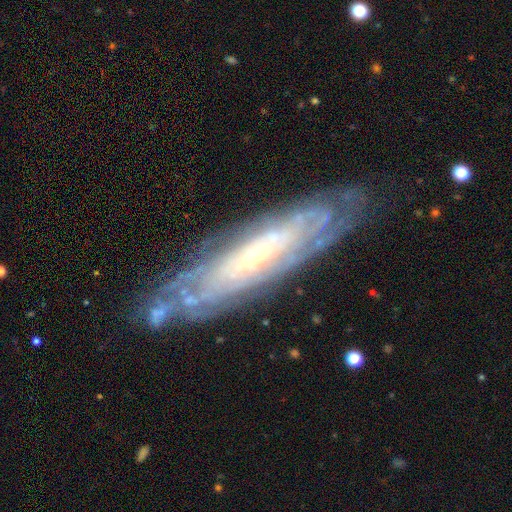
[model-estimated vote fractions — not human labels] This is clearly a featured or disk galaxy (82%). It is likely not viewed edge-on (72%). Bar: likely no (62%). Spiral arm pattern: clearly yes (89%). Spiral arm count: likely can't tell (64%). Spiral winding: clearly tight (81%). Central bulge: likely small (69%). Merging: likely none (79%).